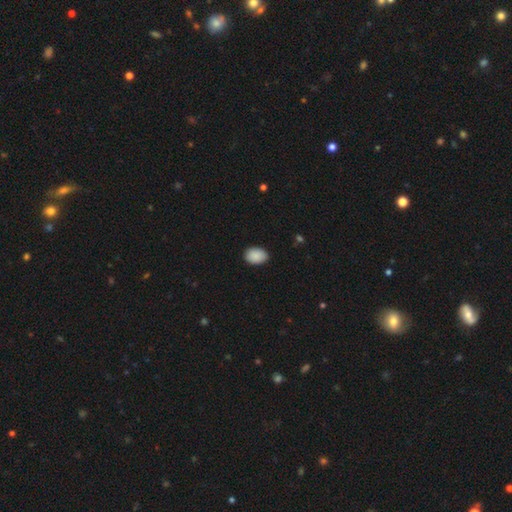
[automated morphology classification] The model was most divided on "how rounded": in between: 82%, round: 17%, cigar-shaped: 1%. More confident: smooth or featured — smooth (90%); merging — none (87%).